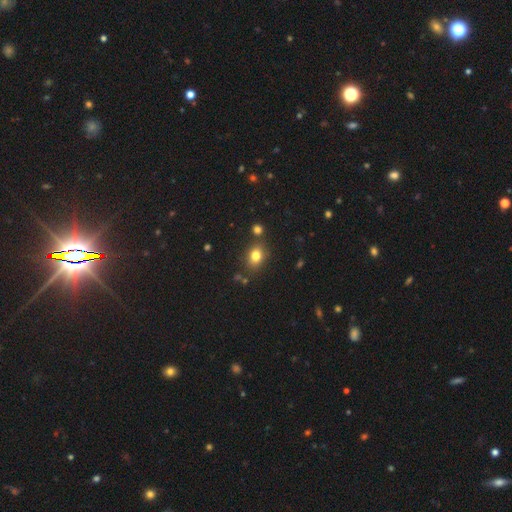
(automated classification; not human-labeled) The model was most divided on "how rounded": in between: 59%, round: 40%, cigar-shaped: 1%. More confident: smooth or featured — smooth (79%); merging — none (76%).